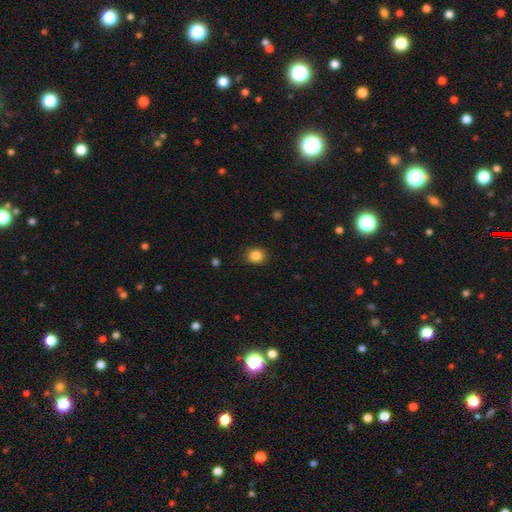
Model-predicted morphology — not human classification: Smooth or featured? Predicted: smooth (p=0.85). How rounded? Predicted: round (p=0.68). Merging? Predicted: none (p=0.87).